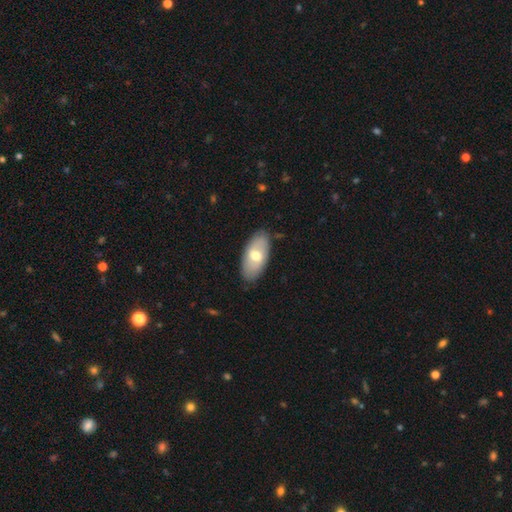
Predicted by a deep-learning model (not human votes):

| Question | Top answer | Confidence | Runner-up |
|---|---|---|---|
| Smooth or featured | smooth | 63% | featured or disk (32%) |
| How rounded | in between | 93% | cigar-shaped (4%) |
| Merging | none | 85% | minor disturbance (11%) |